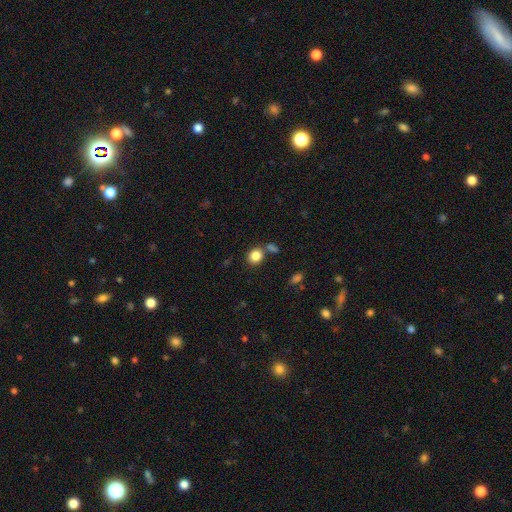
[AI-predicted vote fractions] smooth-or-featured: smooth: 84% | star or artifact: 10% | featured or disk: 6%
  how-rounded: round: 68% | in between: 31% | cigar-shaped: 1%
  merging: none: 71% | merger: 15% | minor disturbance: 11% | major disturbance: 4%